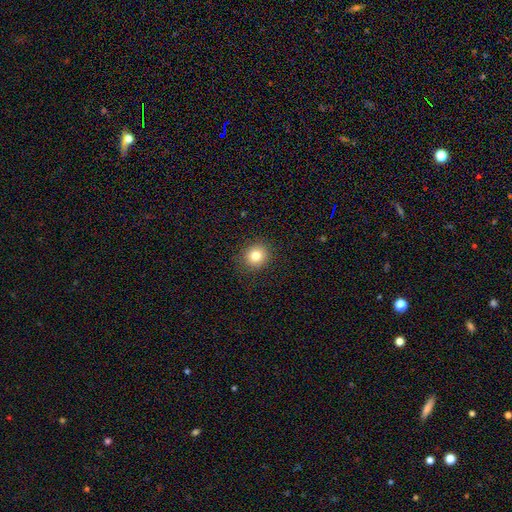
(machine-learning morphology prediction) type=smooth (81%); roundness=round (86%); merging=none (90%).